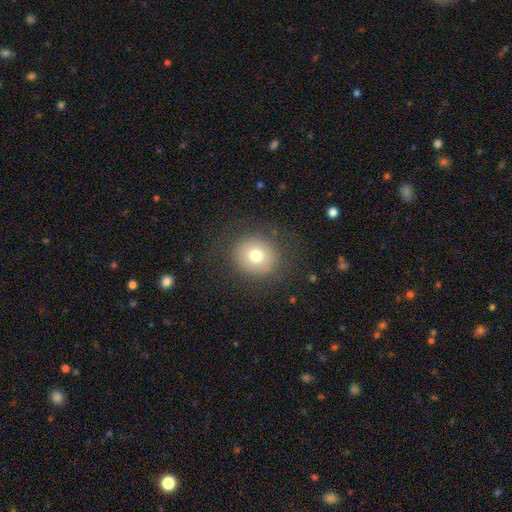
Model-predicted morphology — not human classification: smooth-or-featured: smooth: 74% | featured or disk: 14% | star or artifact: 12%
  how-rounded: round: 87% | in between: 12% | cigar-shaped: 1%
  merging: none: 85% | minor disturbance: 9% | major disturbance: 5% | merger: 1%